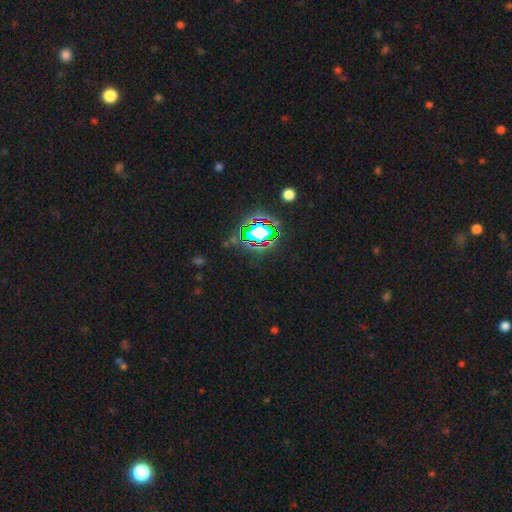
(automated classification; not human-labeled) smooth-or-featured: star or artifact: 79% | smooth: 12% | featured or disk: 9%